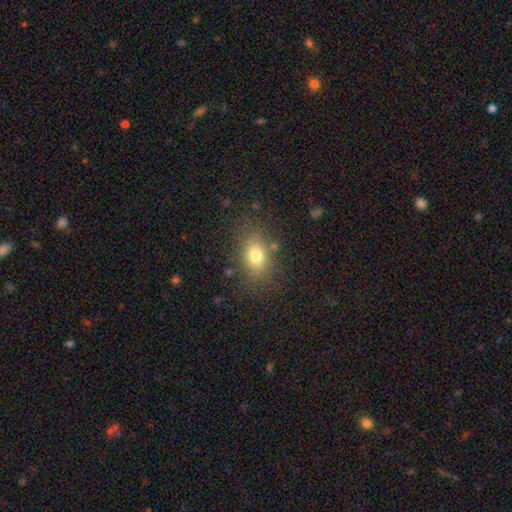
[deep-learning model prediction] This appears to be a smooth galaxy with no disk features (76%) that is in between round and cigar-shaped (74%). Merging: none (79%).